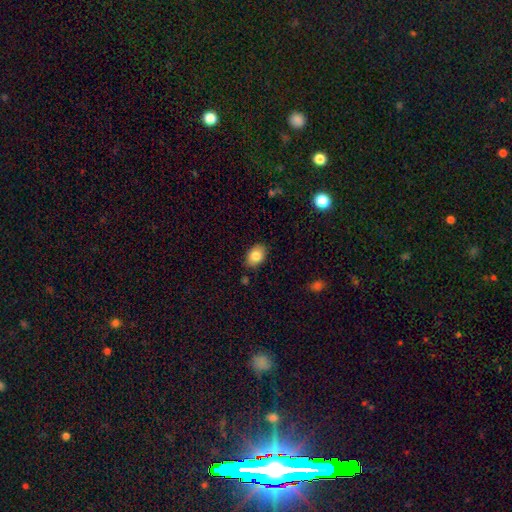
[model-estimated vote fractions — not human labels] Morphology: type=smooth (83%); roundness=in between (83%); merging=none (84%).